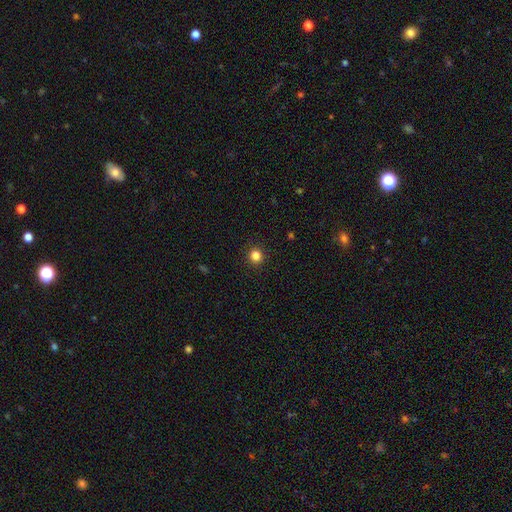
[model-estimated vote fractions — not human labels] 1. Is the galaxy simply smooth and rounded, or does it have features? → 83% smooth, 13% star or artifact, 4% featured or disk.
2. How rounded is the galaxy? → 92% round, 7% in between, 1% cigar-shaped.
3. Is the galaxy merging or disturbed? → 92% none, 5% minor disturbance, 2% major disturbance, 1% merger.